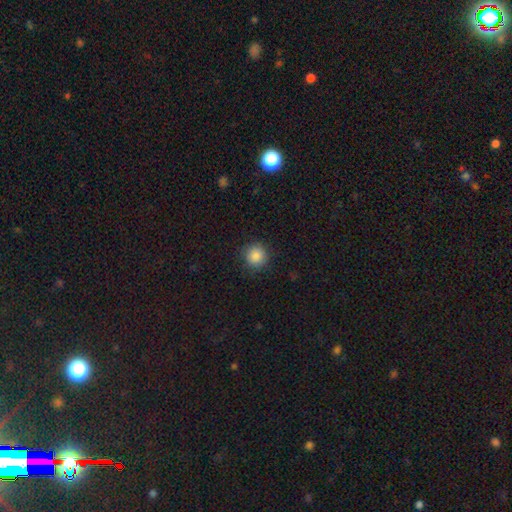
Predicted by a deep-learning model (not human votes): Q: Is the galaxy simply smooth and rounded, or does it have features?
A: smooth — 86%.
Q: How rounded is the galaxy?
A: round — 93%.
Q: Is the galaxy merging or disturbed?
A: none — 89%.